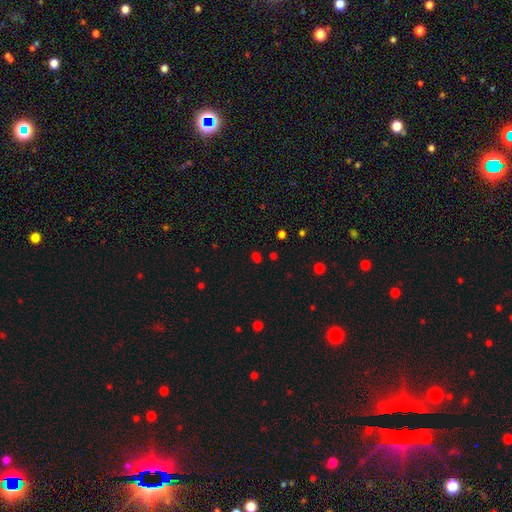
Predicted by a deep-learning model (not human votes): A smooth galaxy with no disk features (50%) that is in between round and cigar-shaped (62%).

Vote fractions:
- Smooth or featured? smooth: 50% / star or artifact: 43% / featured or disk: 6%
- How rounded? in between: 62% / round: 35% / cigar-shaped: 3%
- Merging? none: 75% / minor disturbance: 13% / major disturbance: 6% / merger: 6%